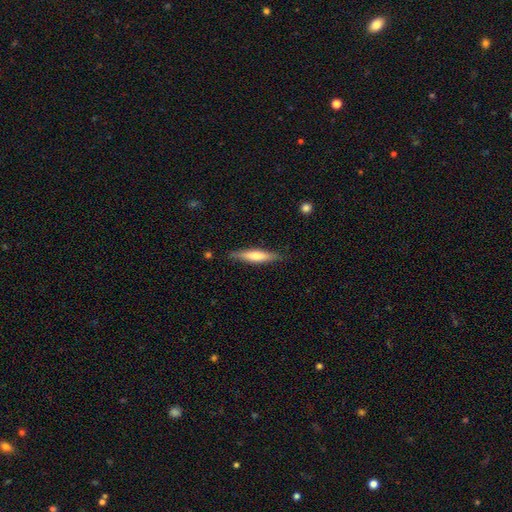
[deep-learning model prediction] smooth 58%, featured or disk 36%, star or artifact 5%. Down the decision tree: how rounded — cigar-shaped (85%); merging — none (85%).